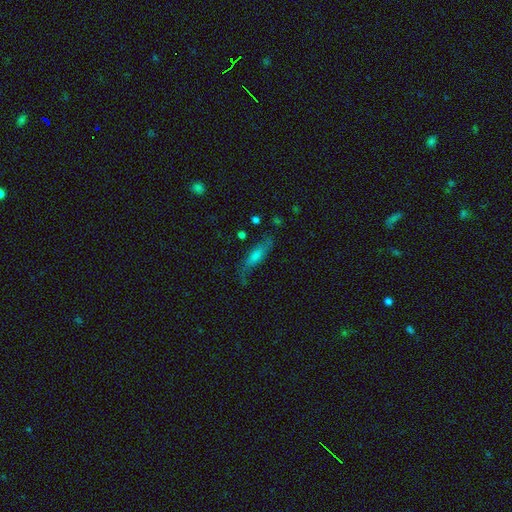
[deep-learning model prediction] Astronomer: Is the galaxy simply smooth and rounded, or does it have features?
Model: featured or disk — 45% (runner-up: smooth, 43%).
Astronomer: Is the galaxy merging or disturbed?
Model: none — 68%.